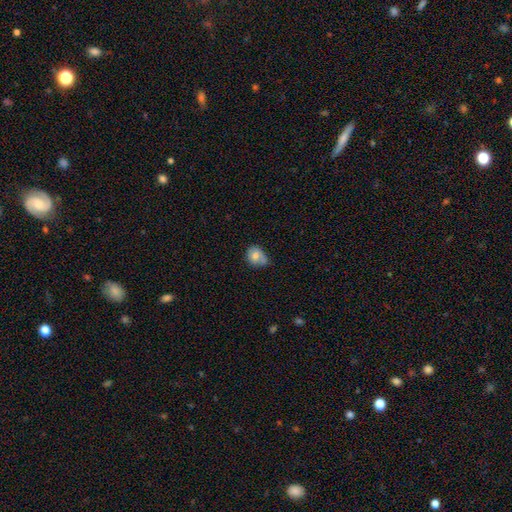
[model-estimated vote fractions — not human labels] Q: Smooth or featured?
A: smooth (72%); runner-up: featured or disk (19%)
Q: How rounded?
A: round (54%); runner-up: in between (45%)
Q: Merging?
A: none (44%); runner-up: minor disturbance (40%)